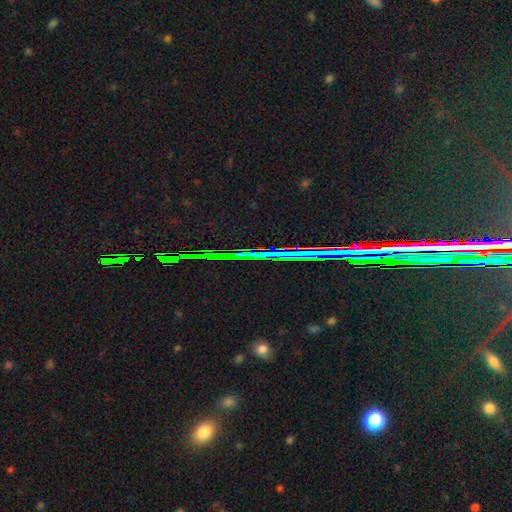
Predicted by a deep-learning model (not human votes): Smooth or featured: star or artifact — 74% (featured or disk — 15%)